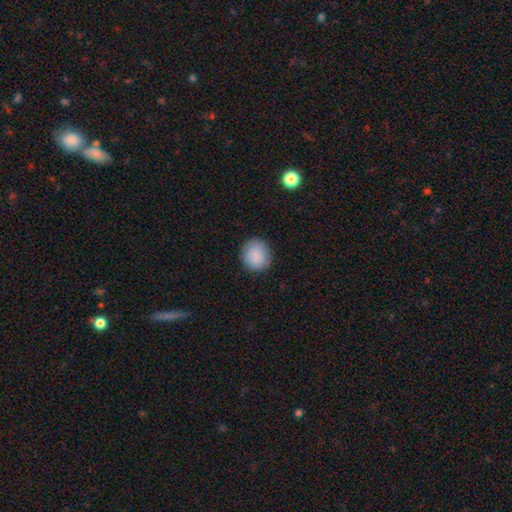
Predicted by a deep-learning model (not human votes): This appears to be a smooth galaxy with no disk features (89%) that is round (83%). Merging: none (88%).